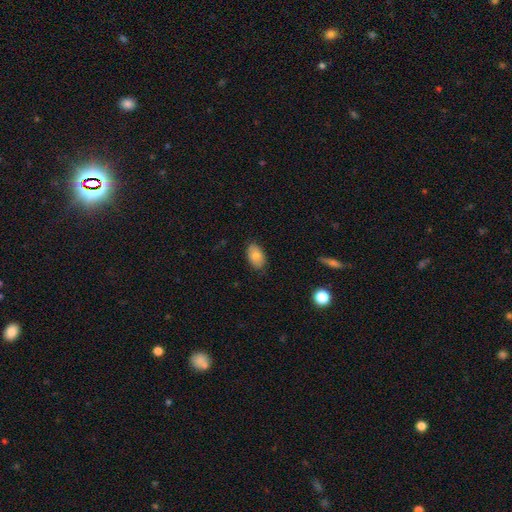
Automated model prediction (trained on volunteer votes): Smooth or featured?
  - smooth: 80% *
  - featured or disk: 12%
  - star or artifact: 7%
How rounded?
  - in between: 92% *
  - round: 7%
  - cigar-shaped: 1%
Merging?
  - none: 83% *
  - minor disturbance: 13%
  - major disturbance: 2%
  - merger: 1%